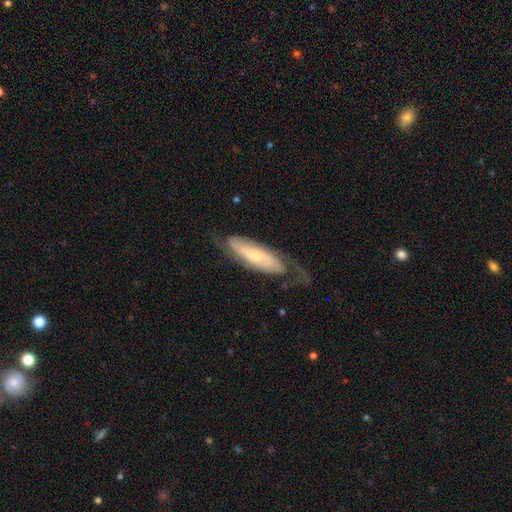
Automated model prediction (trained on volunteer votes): featured or disk 72%, smooth 23%, star or artifact 6%. Down the decision tree: edge-on disk — no (80%); bar — no (53%); spiral arms — yes (91%); spiral arm count — 2 (70%); spiral winding — medium (39%); bulge size — small (49%); merging — none (57%).